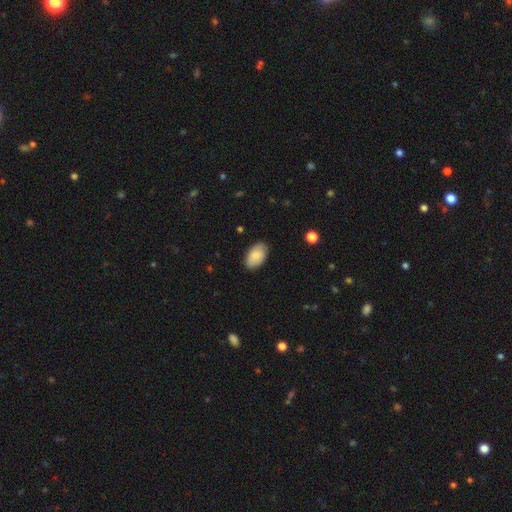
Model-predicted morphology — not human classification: Smooth or featured?
  - smooth: 85% *
  - featured or disk: 9%
  - star or artifact: 6%
How rounded?
  - in between: 93% *
  - round: 5%
  - cigar-shaped: 1%
Merging?
  - none: 86% *
  - minor disturbance: 11%
  - major disturbance: 2%
  - merger: 1%